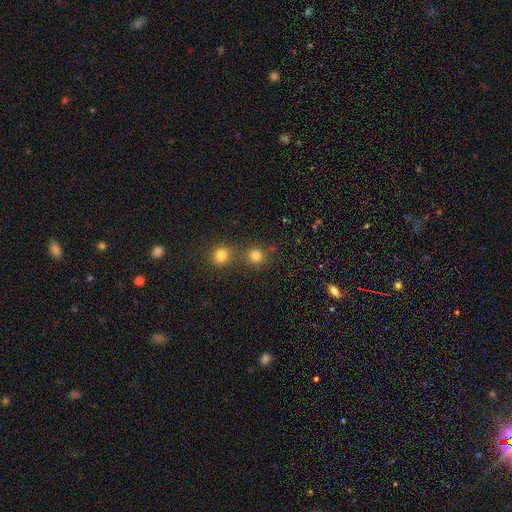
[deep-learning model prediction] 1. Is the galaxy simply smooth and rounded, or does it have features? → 79% smooth, 15% star or artifact, 5% featured or disk.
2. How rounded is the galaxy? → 91% round, 8% in between, 1% cigar-shaped.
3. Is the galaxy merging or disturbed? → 67% none, 23% merger, 7% minor disturbance, 3% major disturbance.